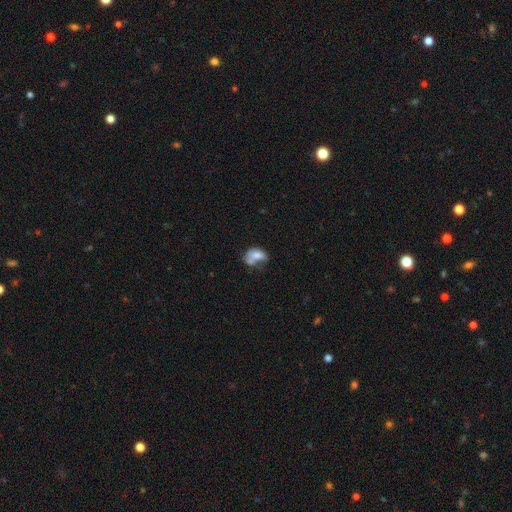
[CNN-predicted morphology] smooth 63%, featured or disk 27%, star or artifact 10%. Down the decision tree: how rounded — in between (81%); merging — merger (36%).